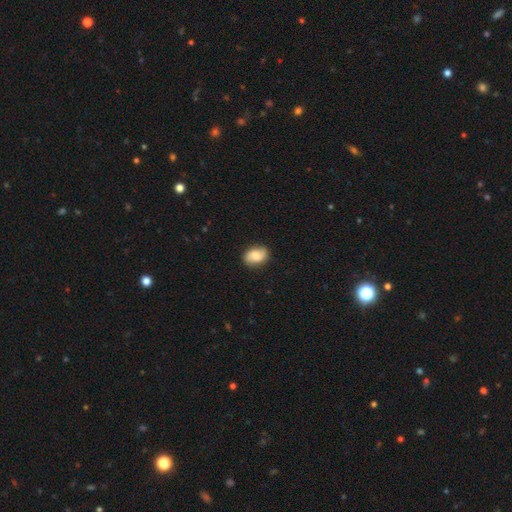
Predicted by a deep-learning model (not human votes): The model was most divided on "smooth or featured": smooth: 57%, featured or disk: 35%, star or artifact: 8%. More confident: merging — none (84%); how rounded — in between (75%).